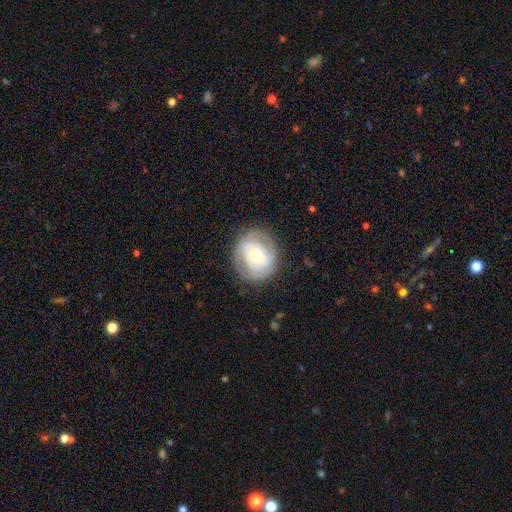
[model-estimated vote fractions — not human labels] Morphology: type=featured or disk (65%); edge-on=no (97%); bar=no (62%); spiral arms=yes (76%); bulge=moderate (62%); merging=none (80%).